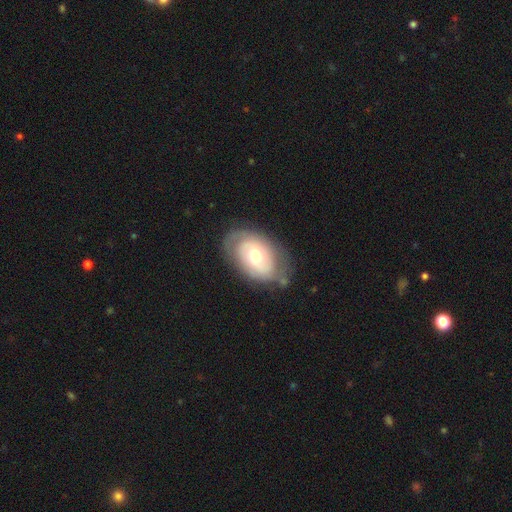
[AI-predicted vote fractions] This appears to be a featured or disk galaxy (56%) with no bar (71%), spiral arms (61%) and a moderate central bulge (72%). Merging: none (70%).